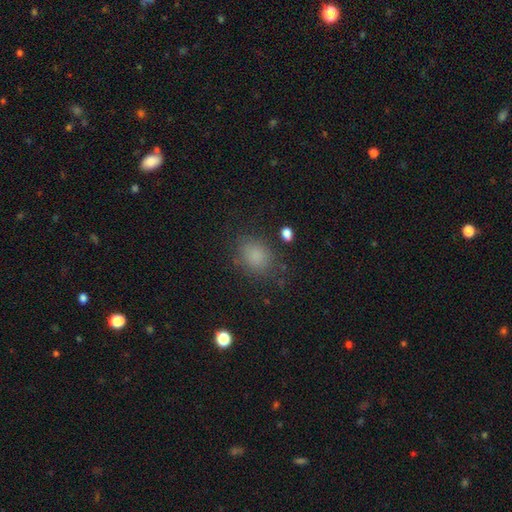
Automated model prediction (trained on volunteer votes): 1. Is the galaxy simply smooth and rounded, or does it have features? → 81% smooth, 13% star or artifact, 6% featured or disk.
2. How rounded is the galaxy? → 55% in between, 44% round, 1% cigar-shaped.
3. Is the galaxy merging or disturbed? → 78% none, 14% minor disturbance, 6% major disturbance, 2% merger.